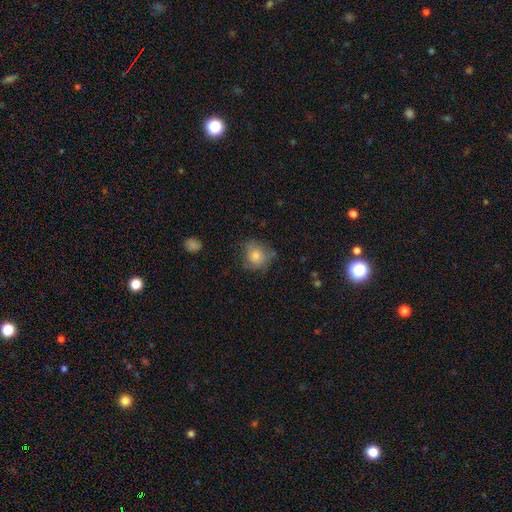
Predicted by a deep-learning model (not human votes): Morphology: type=smooth (70%); roundness=round (76%); merging=none (63%).